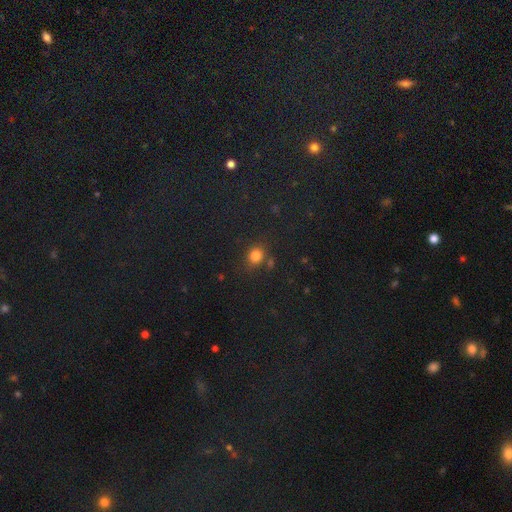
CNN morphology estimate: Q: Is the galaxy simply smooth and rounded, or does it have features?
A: smooth — 80%.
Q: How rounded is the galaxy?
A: round — 76%.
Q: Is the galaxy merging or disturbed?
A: none — 75%.